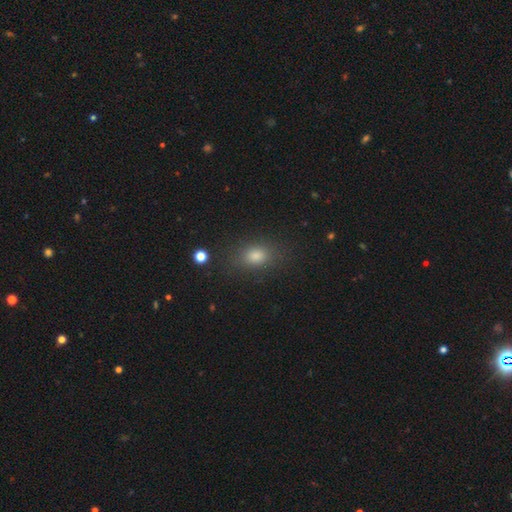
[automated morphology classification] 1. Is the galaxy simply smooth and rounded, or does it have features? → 77% smooth, 16% star or artifact, 8% featured or disk.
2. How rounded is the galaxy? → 72% in between, 25% round, 3% cigar-shaped.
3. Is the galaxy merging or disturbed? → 84% none, 11% minor disturbance, 4% major disturbance, 2% merger.